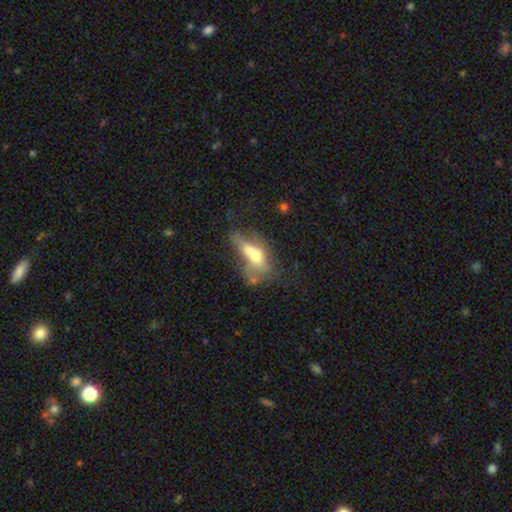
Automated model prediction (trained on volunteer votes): smooth_or_featured: smooth (p=0.47) [alt: featured or disk p=0.42]
merging: merger (p=0.31) [alt: major disturbance p=0.29]